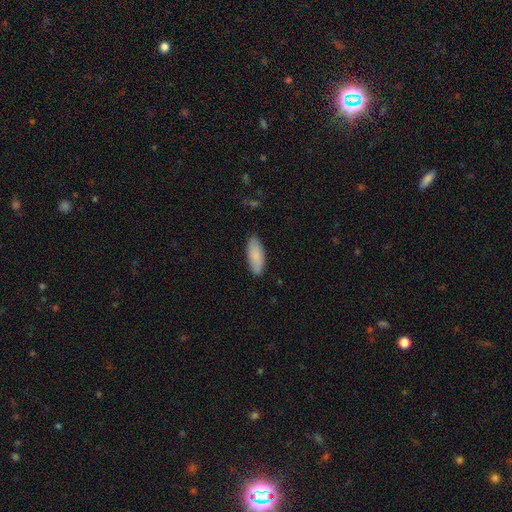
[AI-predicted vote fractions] A smooth galaxy with no disk features (86%) that is in between round and cigar-shaped (74%).

Vote fractions:
- Smooth or featured? smooth: 86% / featured or disk: 8% / star or artifact: 5%
- How rounded? in between: 74% / cigar-shaped: 24% / round: 2%
- Merging? none: 87% / minor disturbance: 10% / major disturbance: 2% / merger: 1%